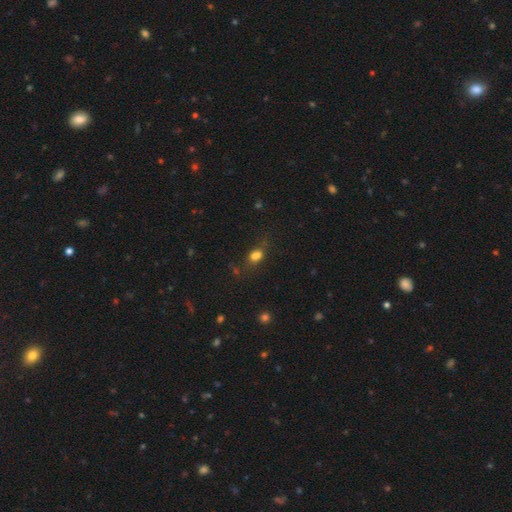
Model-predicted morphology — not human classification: smooth 74%, star or artifact 16%, featured or disk 10%. Down the decision tree: how rounded — in between (67%); merging — none (53%).